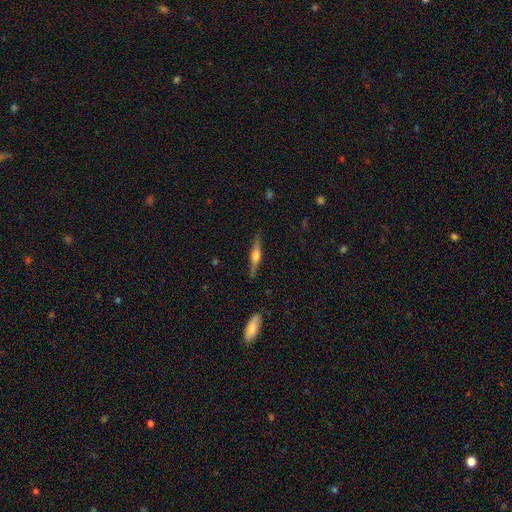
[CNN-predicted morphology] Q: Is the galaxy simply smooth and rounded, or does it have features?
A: featured or disk — 71%.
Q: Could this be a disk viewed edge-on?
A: yes — 97%.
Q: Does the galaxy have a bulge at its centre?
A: rounded — 82%.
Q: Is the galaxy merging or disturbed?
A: none — 87%.